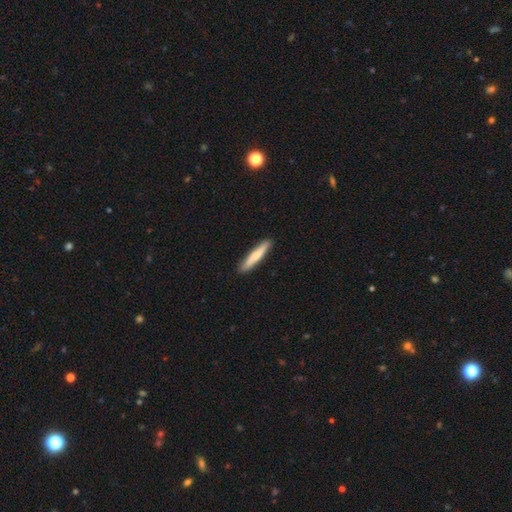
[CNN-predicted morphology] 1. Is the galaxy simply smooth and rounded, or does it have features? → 67% smooth, 28% featured or disk, 5% star or artifact.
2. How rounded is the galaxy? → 91% cigar-shaped, 8% in between, 1% round.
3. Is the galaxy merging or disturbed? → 91% none, 7% minor disturbance, 1% major disturbance, 1% merger.